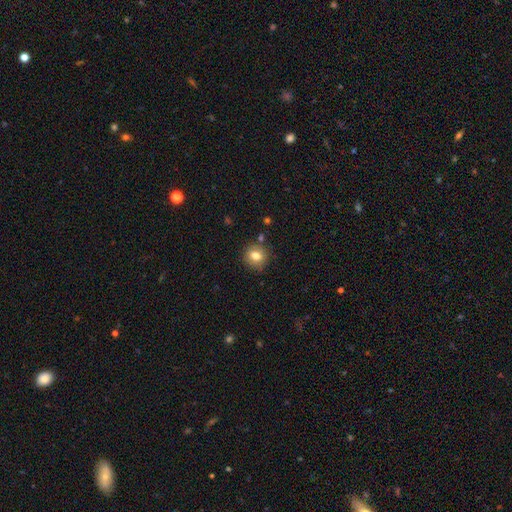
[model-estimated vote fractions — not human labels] Smooth or featured: smooth — 78% (star or artifact — 11%)
How rounded: round — 84% (in between — 15%)
Merging: none — 85% (minor disturbance — 9%)